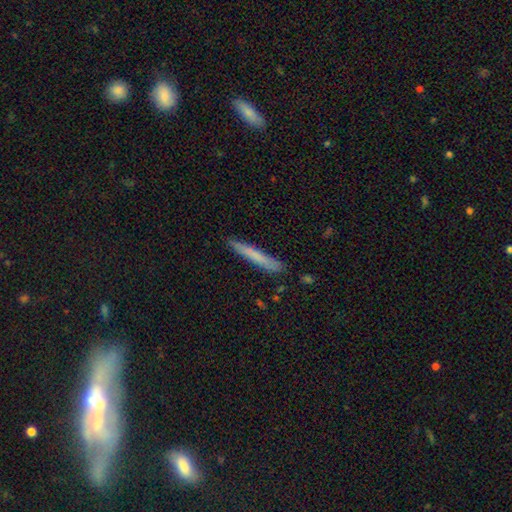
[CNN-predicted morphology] Smooth or featured?
  - smooth: 69% *
  - featured or disk: 25%
  - star or artifact: 6%
How rounded?
  - cigar-shaped: 96% *
  - in between: 3%
  - round: 1%
Merging?
  - none: 87% *
  - minor disturbance: 10%
  - major disturbance: 2%
  - merger: 2%